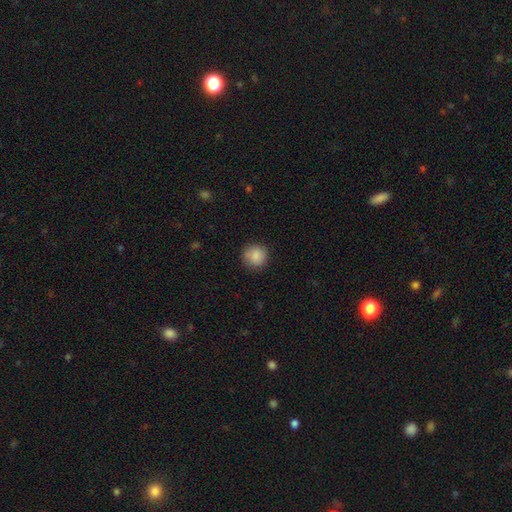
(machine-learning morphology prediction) smooth_or_featured: smooth (p=0.86) [alt: star or artifact p=0.08]
how_rounded: round (p=0.93) [alt: in between p=0.06]
merging: none (p=0.84) [alt: minor disturbance p=0.12]